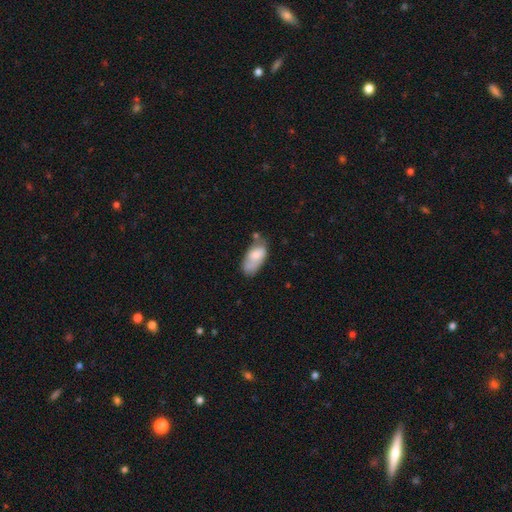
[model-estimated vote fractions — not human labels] smooth_or_featured: smooth (p=0.72) [alt: featured or disk p=0.21]
how_rounded: in between (p=0.91) [alt: cigar-shaped p=0.06]
merging: none (p=0.40) [alt: minor disturbance p=0.30]